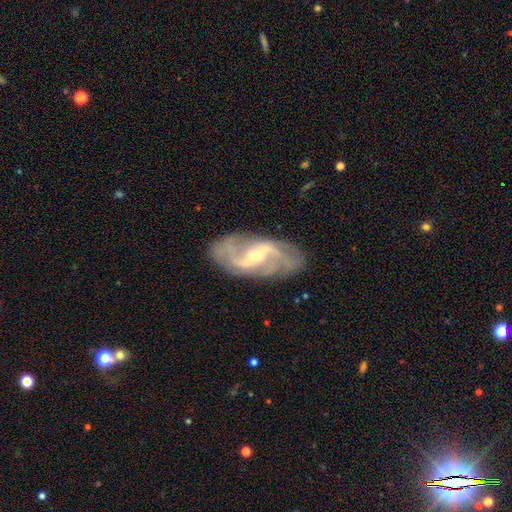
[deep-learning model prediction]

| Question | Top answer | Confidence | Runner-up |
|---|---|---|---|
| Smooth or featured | featured or disk | 88% | smooth (6%) |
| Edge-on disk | no | 95% | yes (5%) |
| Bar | weak | 45% | strong (34%) |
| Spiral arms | yes | 95% | no (5%) |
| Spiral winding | loose | 47% | medium (37%) |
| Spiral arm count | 2 | 64% | can't tell (13%) |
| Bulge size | small | 63% | moderate (33%) |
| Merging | none | 79% | minor disturbance (14%) |